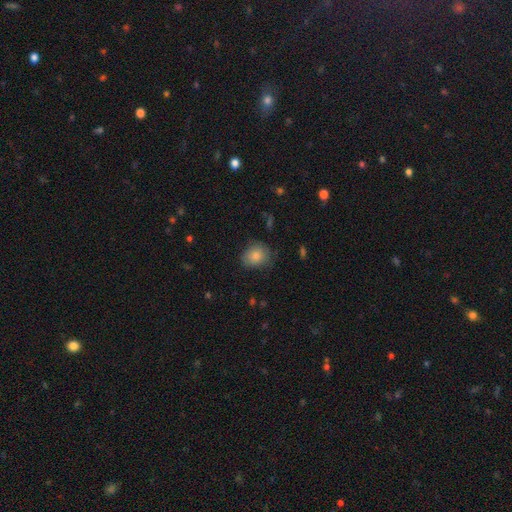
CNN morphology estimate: Q: Smooth or featured?
A: smooth (85%); runner-up: star or artifact (8%)
Q: How rounded?
A: round (61%); runner-up: in between (38%)
Q: Merging?
A: none (72%); runner-up: minor disturbance (22%)